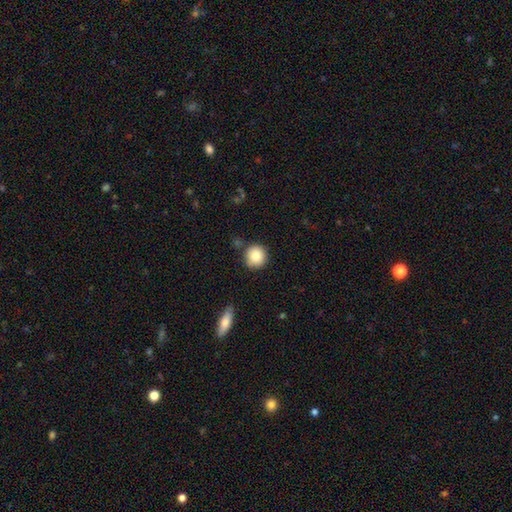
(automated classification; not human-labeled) Q: Smooth or featured?
A: smooth (87%); runner-up: star or artifact (8%)
Q: How rounded?
A: round (93%); runner-up: in between (6%)
Q: Merging?
A: none (81%); runner-up: minor disturbance (12%)